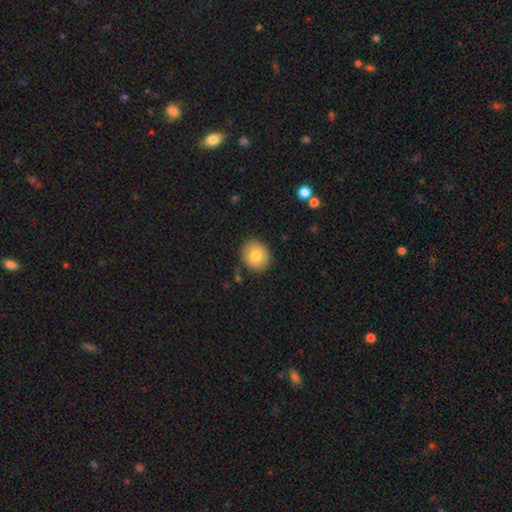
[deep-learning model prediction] Smooth or featured? Predicted: smooth (p=0.80). How rounded? Predicted: round (p=0.79). Merging? Predicted: none (p=0.88).